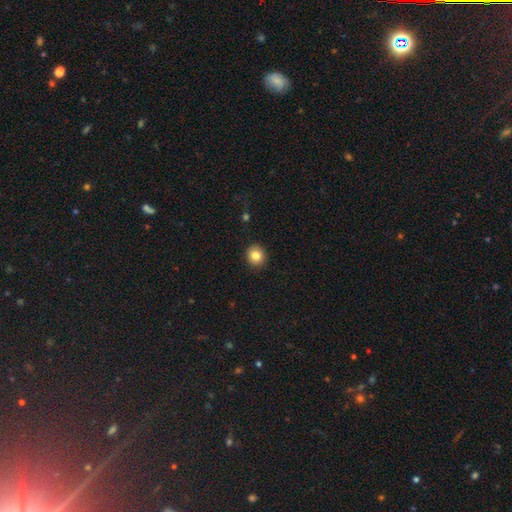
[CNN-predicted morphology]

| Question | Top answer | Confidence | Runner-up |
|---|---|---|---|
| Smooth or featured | smooth | 83% | star or artifact (10%) |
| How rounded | round | 87% | in between (12%) |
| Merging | none | 92% | minor disturbance (6%) |